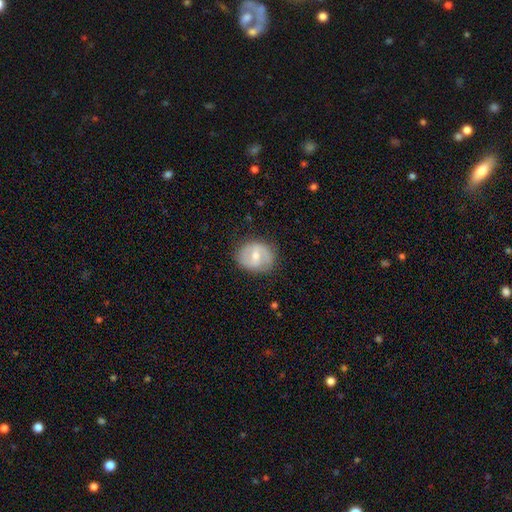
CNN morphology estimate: Smooth or featured? featured or disk (50%)
Merging? none (78%)